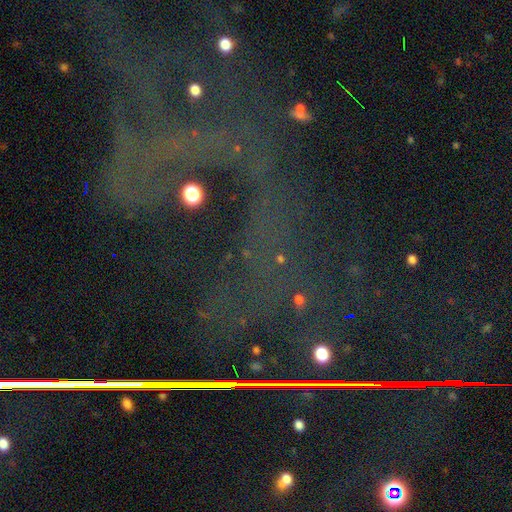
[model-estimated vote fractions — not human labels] smooth-or-featured: star or artifact: 75% | featured or disk: 15% | smooth: 10%